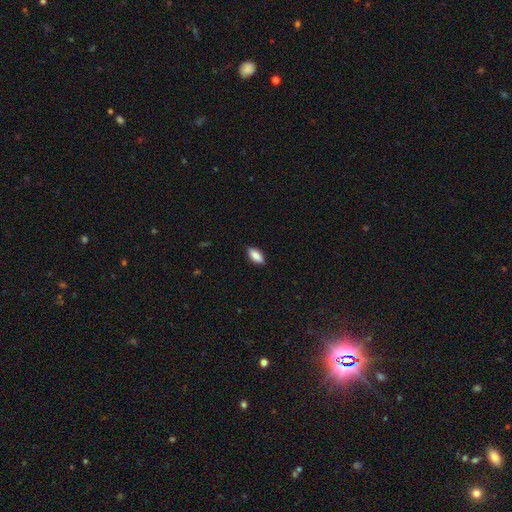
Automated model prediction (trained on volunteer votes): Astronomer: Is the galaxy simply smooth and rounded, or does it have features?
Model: smooth — 87%.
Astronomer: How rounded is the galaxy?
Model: in between — 86%.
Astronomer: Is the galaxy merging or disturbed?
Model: none — 88%.